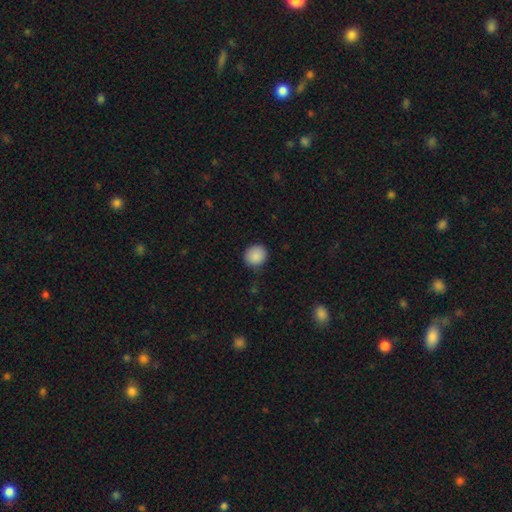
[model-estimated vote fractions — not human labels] A smooth galaxy with no disk features (88%) that is round (83%).

Vote fractions:
- Smooth or featured? smooth: 88% / star or artifact: 8% / featured or disk: 4%
- How rounded? round: 83% / in between: 16% / cigar-shaped: 1%
- Merging? none: 84% / minor disturbance: 13% / major disturbance: 3% / merger: 1%